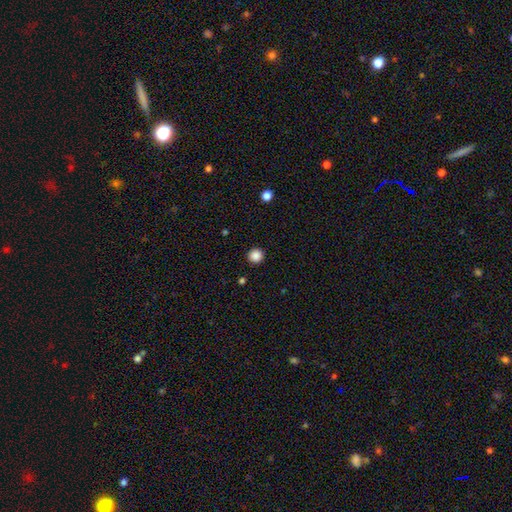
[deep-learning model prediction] Morphology: type=smooth (87%); roundness=round (94%); merging=none (92%).